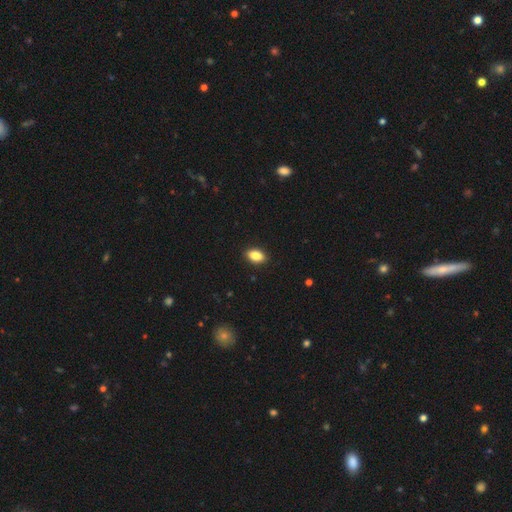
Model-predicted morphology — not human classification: smooth-or-featured: smooth: 86% | star or artifact: 8% | featured or disk: 6%
  how-rounded: in between: 90% | round: 7% | cigar-shaped: 3%
  merging: none: 90% | minor disturbance: 8% | major disturbance: 2% | merger: 1%